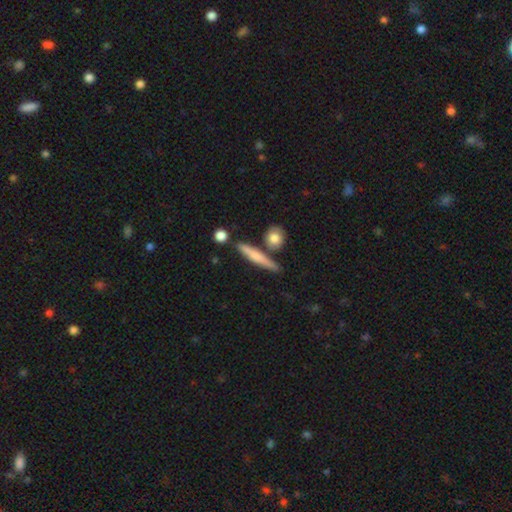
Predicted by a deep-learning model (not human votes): smooth-or-featured: smooth: 59% | featured or disk: 35% | star or artifact: 6%
  how-rounded: cigar-shaped: 86% | in between: 10% | round: 4%
  merging: none: 76% | minor disturbance: 11% | merger: 9% | major disturbance: 3%